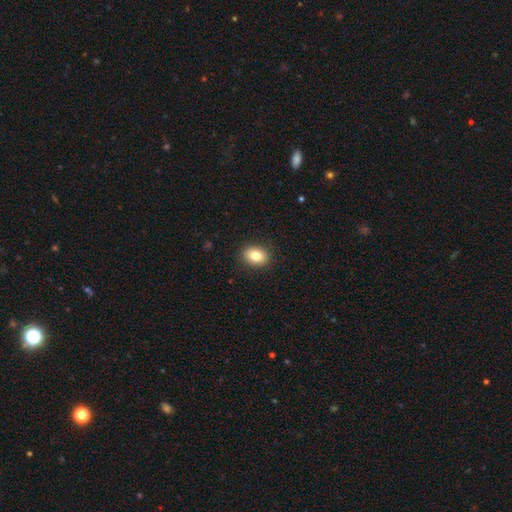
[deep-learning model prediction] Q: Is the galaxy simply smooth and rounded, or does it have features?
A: smooth — 81%.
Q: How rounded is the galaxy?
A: in between — 70%.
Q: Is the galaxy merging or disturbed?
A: none — 90%.